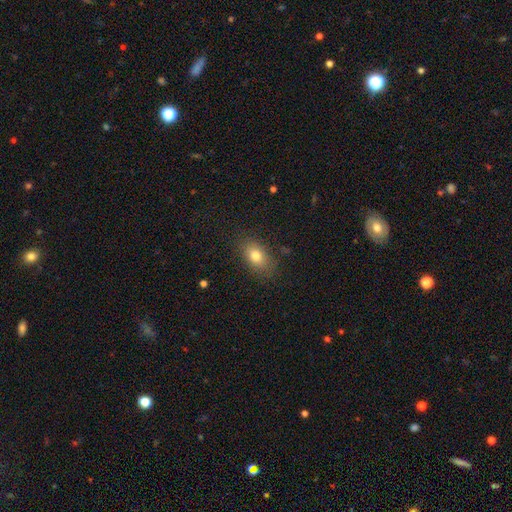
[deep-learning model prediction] Smooth or featured? smooth (78%)
How rounded? in between (82%)
Merging? none (82%)